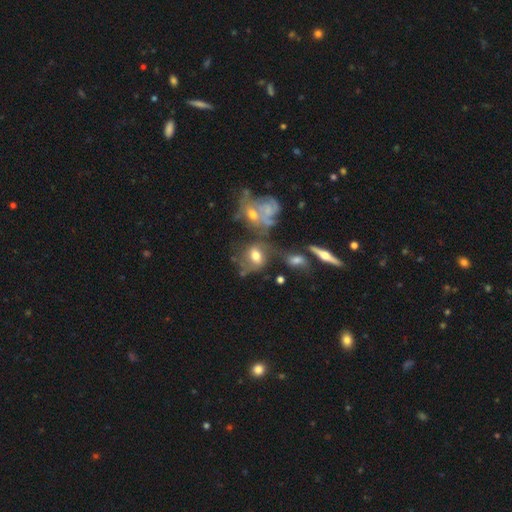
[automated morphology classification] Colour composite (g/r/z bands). It shows a smooth galaxy with no disk features (44%). Merging: none (37%).